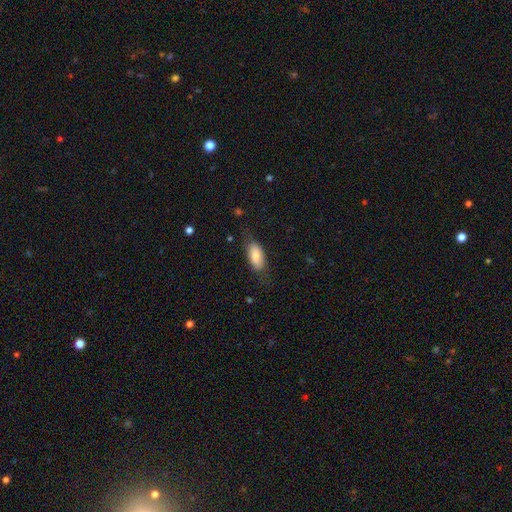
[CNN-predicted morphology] The model was most divided on "merging": none: 72%, minor disturbance: 21%, major disturbance: 6%, merger: 1%. More confident: how rounded — in between (89%); smooth or featured — smooth (79%).